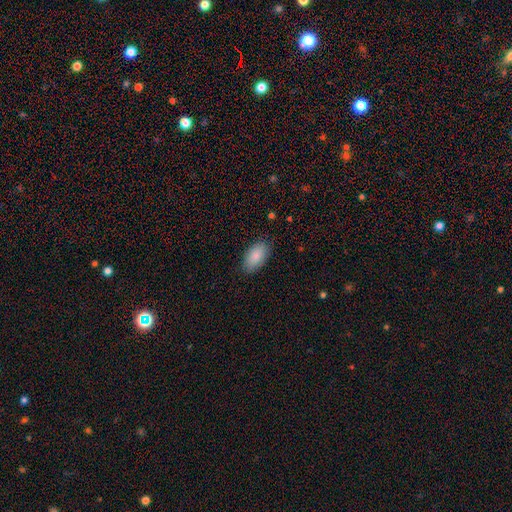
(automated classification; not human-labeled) smooth-or-featured: smooth: 87% | star or artifact: 7% | featured or disk: 6%
  how-rounded: in between: 94% | round: 4% | cigar-shaped: 2%
  merging: none: 84% | minor disturbance: 12% | major disturbance: 3% | merger: 1%